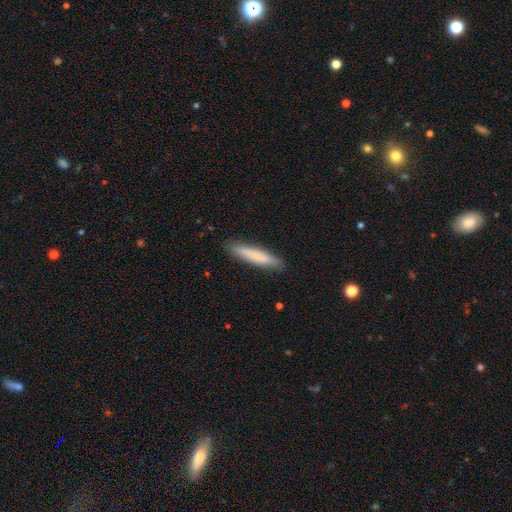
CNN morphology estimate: smooth_or_featured: smooth (p=0.78) [alt: featured or disk p=0.16]
how_rounded: cigar-shaped (p=0.89) [alt: in between p=0.10]
merging: none (p=0.86) [alt: minor disturbance p=0.11]